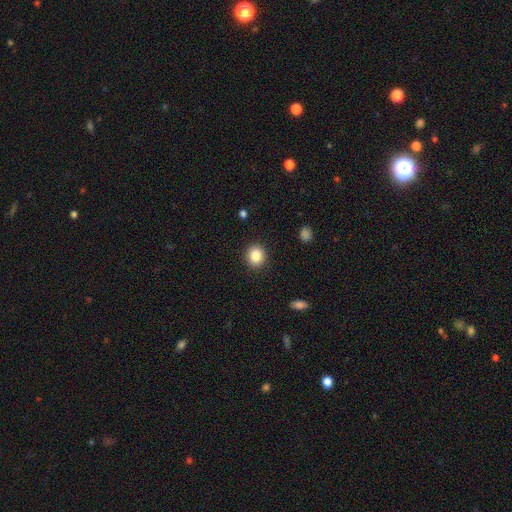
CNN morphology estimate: Smooth or featured? Predicted: smooth (p=0.86). How rounded? Predicted: round (p=0.76). Merging? Predicted: none (p=0.90).